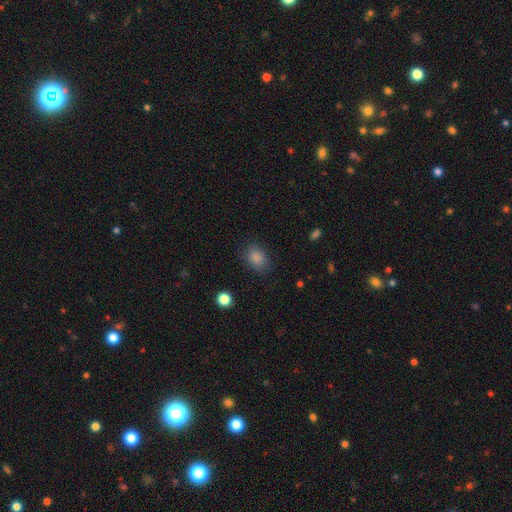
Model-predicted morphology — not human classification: smooth_or_featured: smooth (p=0.83) [alt: star or artifact p=0.12]
how_rounded: in between (p=0.69) [alt: round p=0.30]
merging: none (p=0.82) [alt: minor disturbance p=0.13]